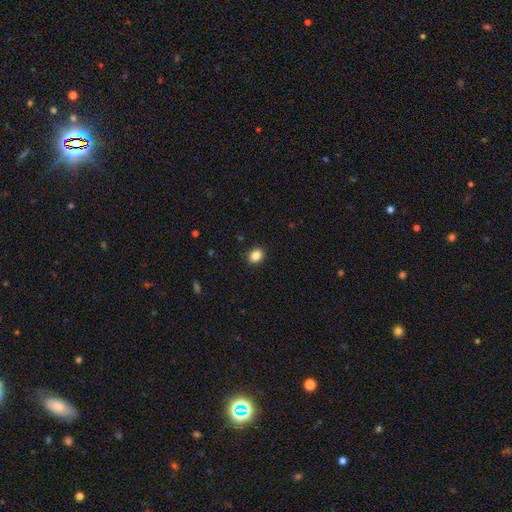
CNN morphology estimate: Overall: smooth (86%). How rounded: round (56%; in between 43%). Merging: none (90%).